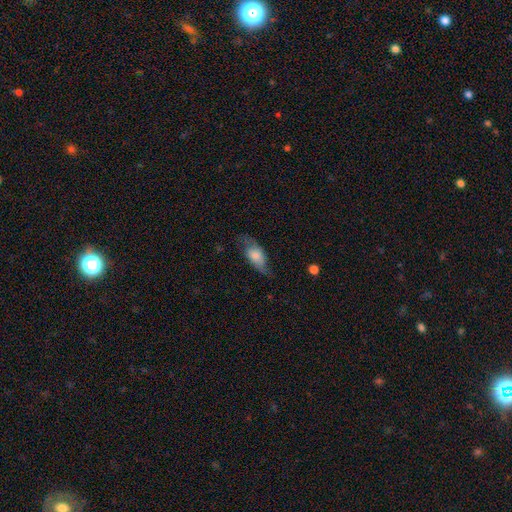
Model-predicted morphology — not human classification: The model was most divided on "smooth or featured": smooth: 53%, featured or disk: 39%, star or artifact: 7%. More confident: how rounded — in between (82%); merging — none (62%).